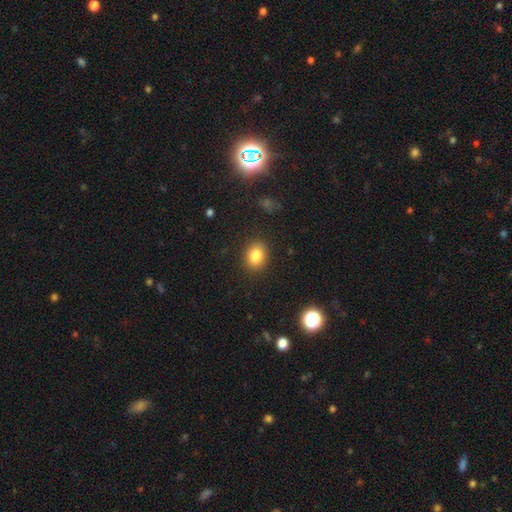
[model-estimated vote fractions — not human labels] Smooth or featured? Predicted: smooth (p=0.83). How rounded? Predicted: round (p=0.50). Merging? Predicted: none (p=0.88).